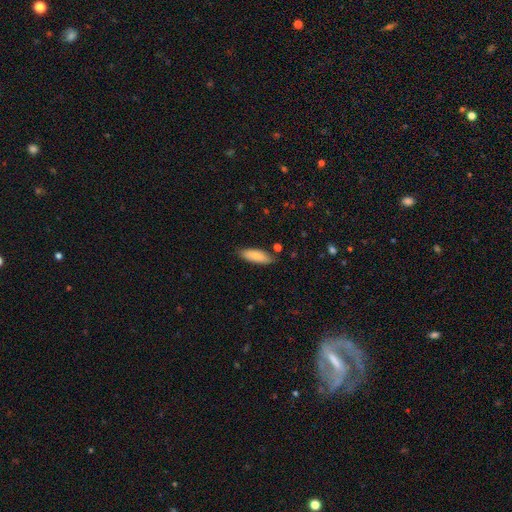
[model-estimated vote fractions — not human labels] A smooth galaxy with no disk features (85%) that is in between round and cigar-shaped (62%).

Vote fractions:
- Smooth or featured? smooth: 85% / featured or disk: 9% / star or artifact: 6%
- How rounded? in between: 62% / cigar-shaped: 37% / round: 2%
- Merging? none: 82% / minor disturbance: 14% / major disturbance: 2% / merger: 2%